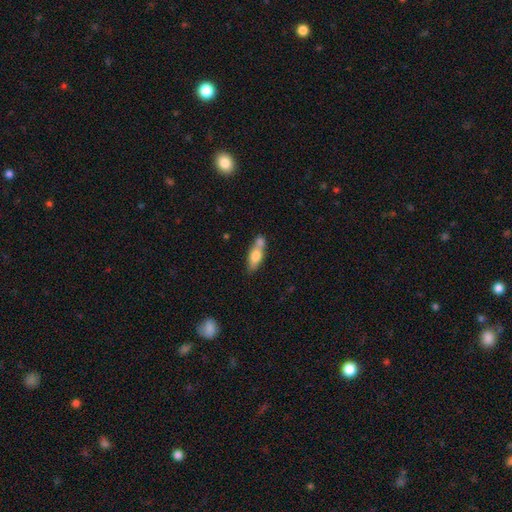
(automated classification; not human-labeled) This is likely a smooth galaxy (67%). How rounded: likely in between (63%). Merging: marginally merger (42%).